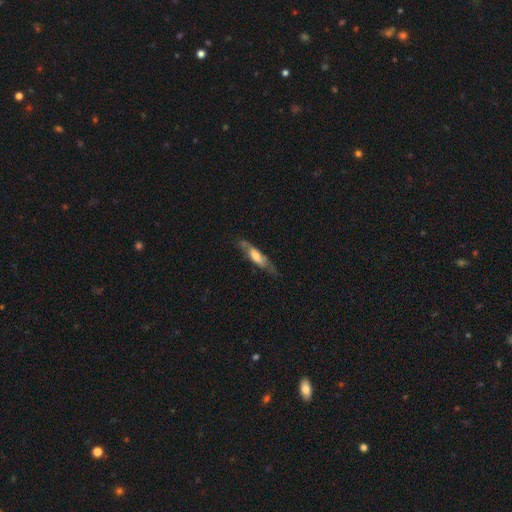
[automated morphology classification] type=featured or disk (49%); merging=none (62%).